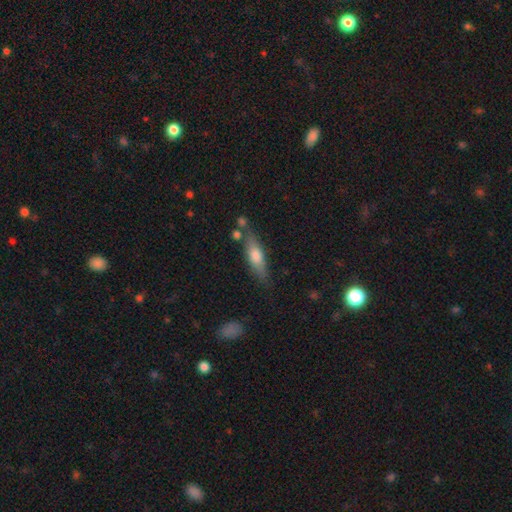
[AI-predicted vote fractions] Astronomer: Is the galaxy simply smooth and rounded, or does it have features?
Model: smooth — 57% (runner-up: featured or disk, 36%).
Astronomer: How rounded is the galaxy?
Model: cigar-shaped — 60% (runner-up: in between, 37%).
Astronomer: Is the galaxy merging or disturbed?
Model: none — 72%.